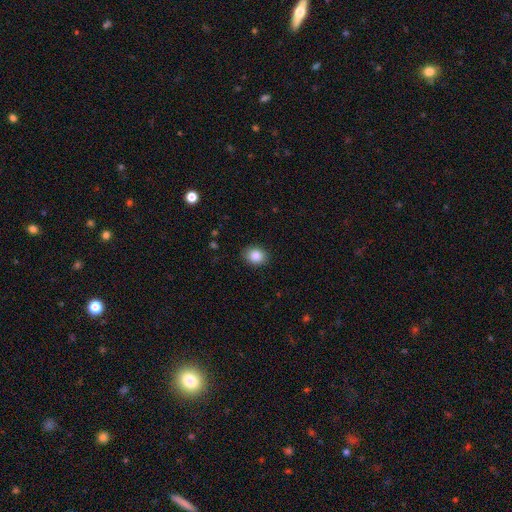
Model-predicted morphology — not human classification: Smooth or featured?
  - smooth: 87% *
  - star or artifact: 9%
  - featured or disk: 5%
How rounded?
  - round: 56% *
  - in between: 43%
  - cigar-shaped: 1%
Merging?
  - none: 86% *
  - minor disturbance: 10%
  - major disturbance: 3%
  - merger: 1%